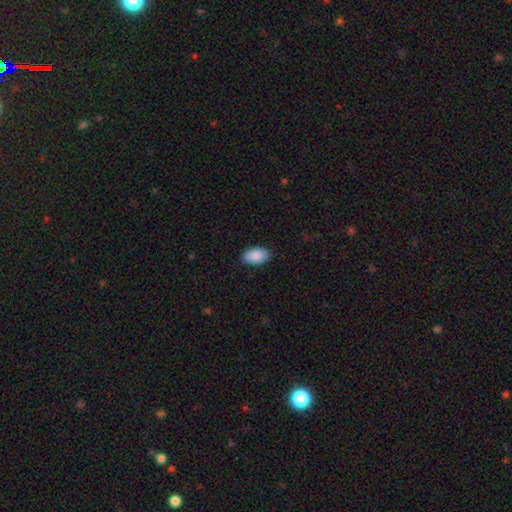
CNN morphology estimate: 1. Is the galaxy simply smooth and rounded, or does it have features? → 91% smooth, 6% star or artifact, 3% featured or disk.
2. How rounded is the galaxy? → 94% in between, 4% round, 1% cigar-shaped.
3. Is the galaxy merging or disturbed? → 88% none, 9% minor disturbance, 2% major disturbance, 1% merger.